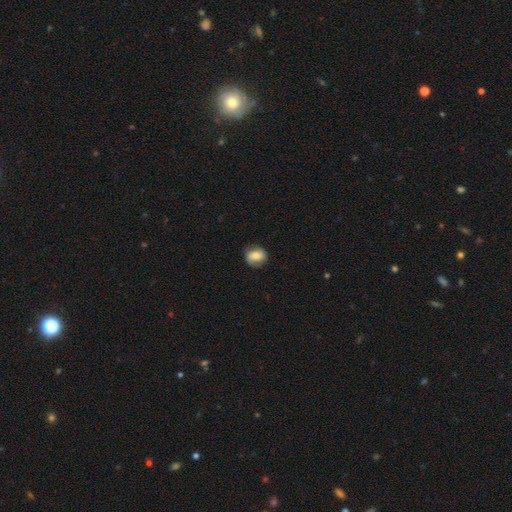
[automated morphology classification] Overall: smooth (61%; featured or disk 30%). How rounded: round (57%; in between 42%). Merging: none (73%).